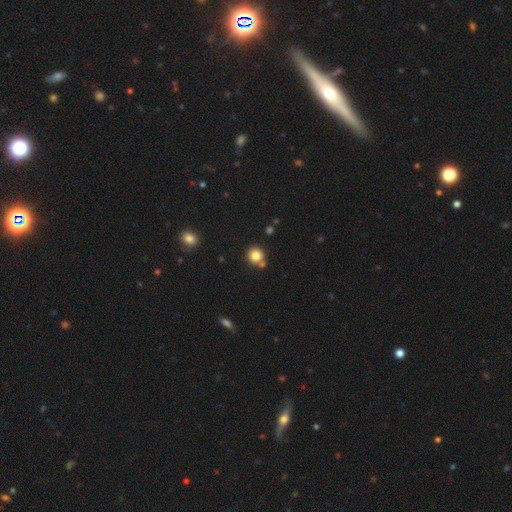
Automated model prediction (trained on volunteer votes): The model was most divided on "merging": none: 72%, merger: 15%, minor disturbance: 11%, major disturbance: 3%. More confident: how rounded — round (90%); smooth or featured — smooth (82%).